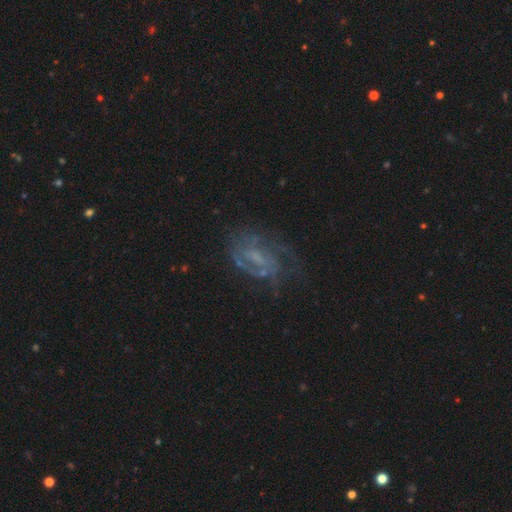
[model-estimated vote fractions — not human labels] Smooth or featured?
  - featured or disk: 72% *
  - smooth: 14%
  - star or artifact: 14%
Edge-on disk?
  - no: 96% *
  - yes: 4%
Bar?
  - weak: 47% *
  - no: 39%
  - strong: 14%
Spiral arms?
  - yes: 82% *
  - no: 18%
Spiral winding?
  - medium: 43% *
  - tight: 35%
  - loose: 21%
Spiral arm count?
  - 2: 37% *
  - can't tell: 36%
  - 3: 11%
  - 1: 9%
  - 4: 4%
  - more than 4: 3%
Bulge size?
  - small: 41% *
  - none: 34%
  - moderate: 22%
  - large: 3%
  - dominant: 1%
Merging?
  - none: 56% *
  - major disturbance: 22%
  - minor disturbance: 20%
  - merger: 3%